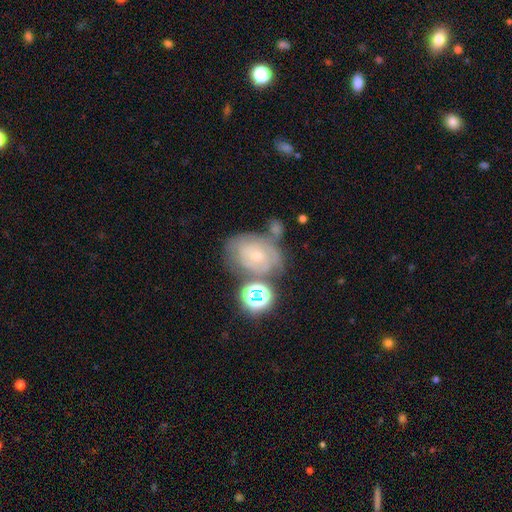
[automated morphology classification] Smooth or featured? Predicted: featured or disk (p=0.54). Edge-on disk? Predicted: no (p=0.96). Bar? Predicted: no (p=0.76). Spiral arms? Predicted: yes (p=0.72). Bulge size? Predicted: small (p=0.64). Merging? Predicted: none (p=0.47).